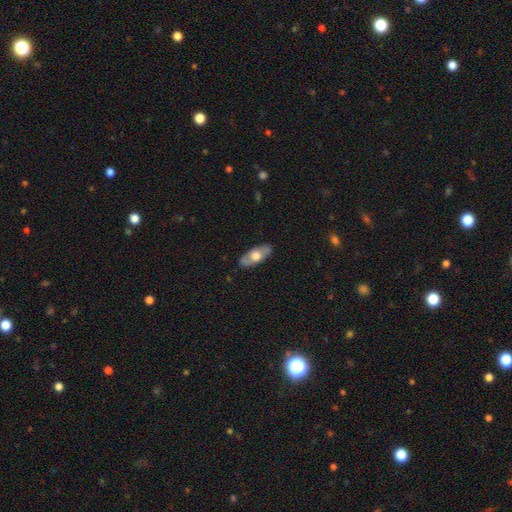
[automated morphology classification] The model was most divided on "smooth or featured": smooth: 51%, featured or disk: 43%, star or artifact: 5%. More confident: merging — none (83%); how rounded — in between (81%).